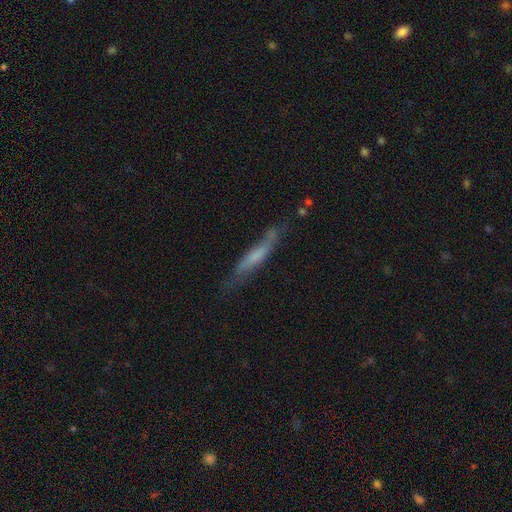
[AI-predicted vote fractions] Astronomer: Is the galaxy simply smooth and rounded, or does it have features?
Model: smooth — 49% (runner-up: featured or disk, 43%).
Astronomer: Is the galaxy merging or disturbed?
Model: none — 62%.